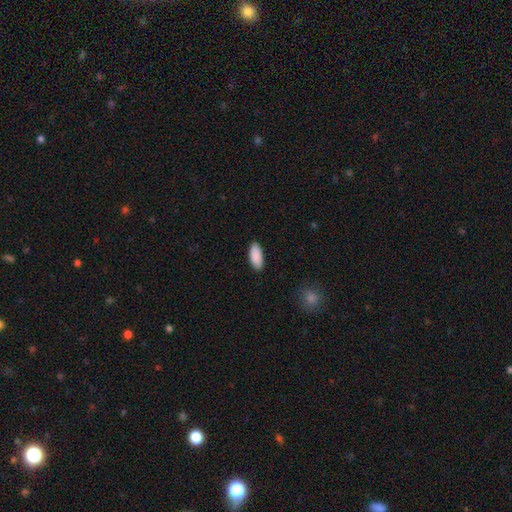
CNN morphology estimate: Smooth or featured? Predicted: smooth (p=0.91). How rounded? Predicted: in between (p=0.82). Merging? Predicted: none (p=0.89).